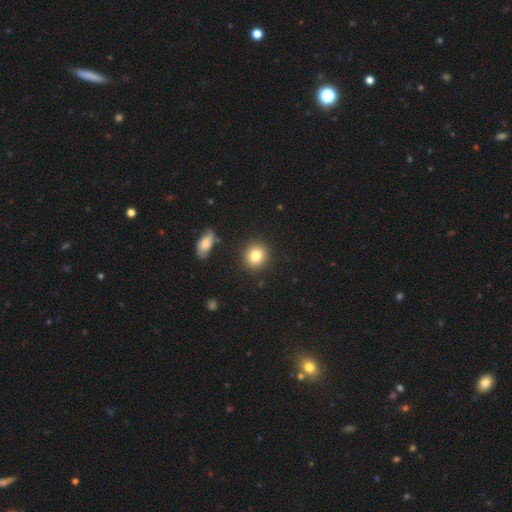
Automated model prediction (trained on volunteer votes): A smooth galaxy with no disk features (82%) that is round (85%).

Vote fractions:
- Smooth or featured? smooth: 82% / star or artifact: 10% / featured or disk: 9%
- How rounded? round: 85% / in between: 14% / cigar-shaped: 1%
- Merging? none: 89% / minor disturbance: 6% / merger: 2% / major disturbance: 2%